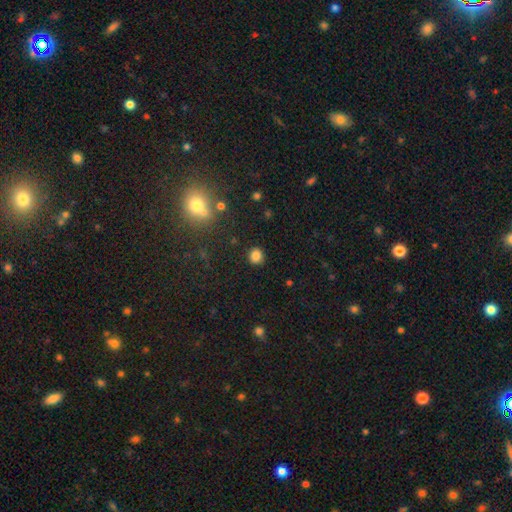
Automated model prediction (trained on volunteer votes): This appears to be a smooth galaxy with no disk features (82%) that is round (82%). Merging: none (88%).